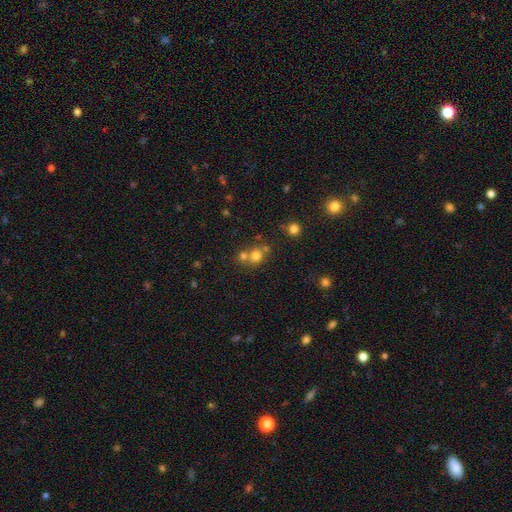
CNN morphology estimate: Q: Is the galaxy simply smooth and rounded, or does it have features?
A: smooth — 72%.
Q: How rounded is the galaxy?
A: round — 83%.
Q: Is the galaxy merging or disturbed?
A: none — 49%.